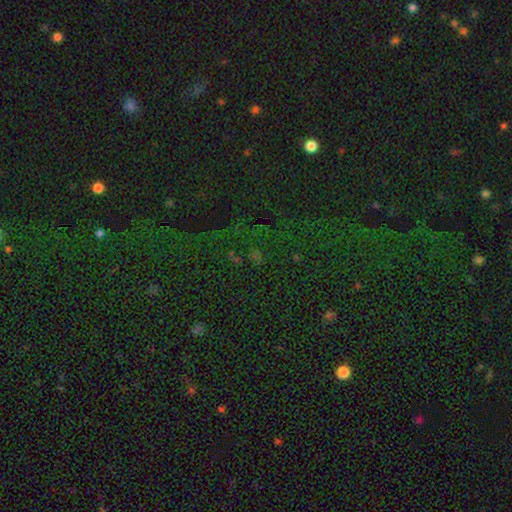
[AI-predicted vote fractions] The model was most divided on "smooth or featured": star or artifact: 68%, smooth: 24%, featured or disk: 8%.